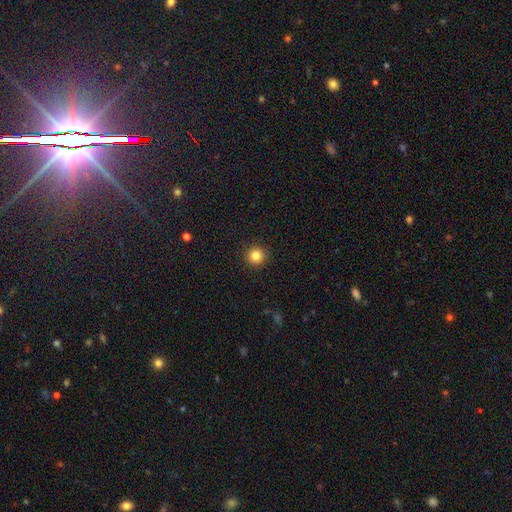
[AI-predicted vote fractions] smooth_or_featured: smooth (p=0.84) [alt: star or artifact p=0.11]
how_rounded: round (p=0.95) [alt: in between p=0.04]
merging: none (p=0.93) [alt: minor disturbance p=0.05]